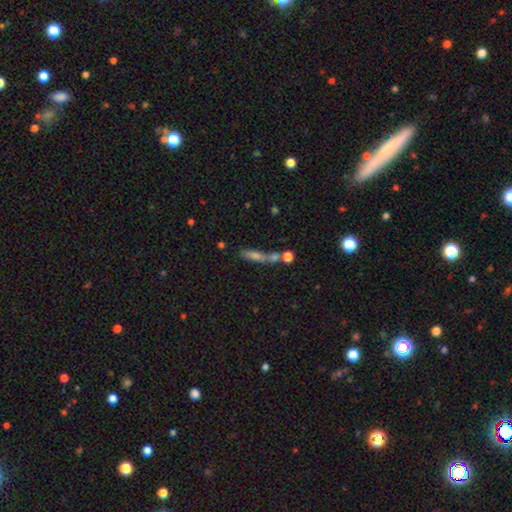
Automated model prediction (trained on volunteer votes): smooth 53%, featured or disk 30%, star or artifact 16%. Down the decision tree: how rounded — cigar-shaped (71%); merging — none (51%).